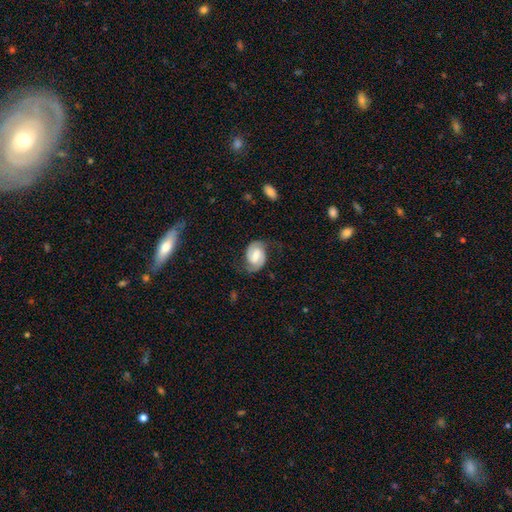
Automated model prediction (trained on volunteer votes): Smooth or featured? featured or disk (77%)
Edge-on disk? no (98%)
Bar? weak (53%)
Spiral arms? yes (96%)
Spiral winding? medium (47%)
Spiral arm count? 2 (90%)
Bulge size? moderate (47%)
Merging? none (69%)